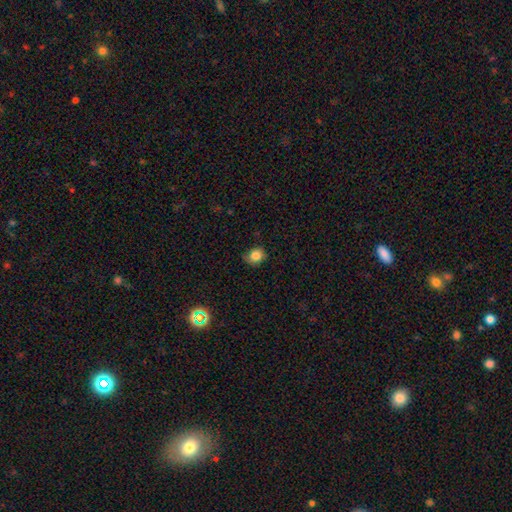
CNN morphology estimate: Smooth or featured? Predicted: smooth (p=0.83). How rounded? Predicted: round (p=0.72). Merging? Predicted: none (p=0.71).